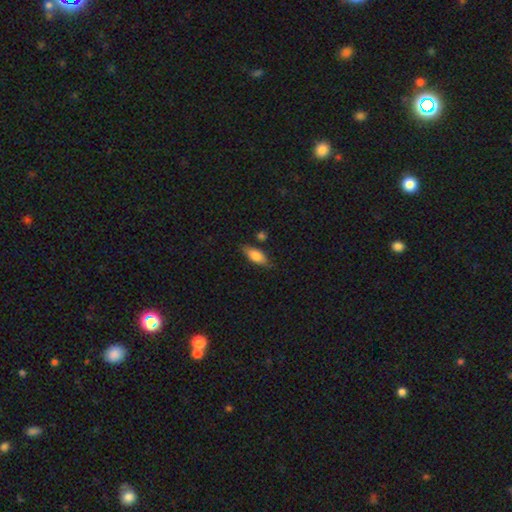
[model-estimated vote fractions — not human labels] Smooth or featured?
  - smooth: 74% *
  - featured or disk: 20%
  - star or artifact: 7%
How rounded?
  - in between: 72% *
  - cigar-shaped: 25%
  - round: 3%
Merging?
  - none: 76% *
  - minor disturbance: 16%
  - merger: 5%
  - major disturbance: 4%